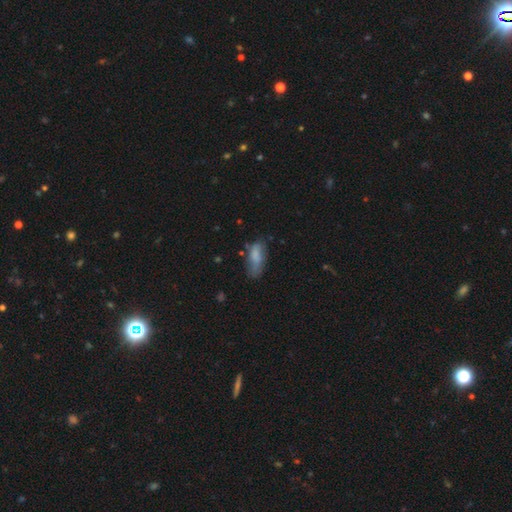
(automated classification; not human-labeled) Smooth or featured: smooth — 75% (featured or disk — 16%)
How rounded: in between — 82% (cigar-shaped — 15%)
Merging: none — 46% (minor disturbance — 32%)